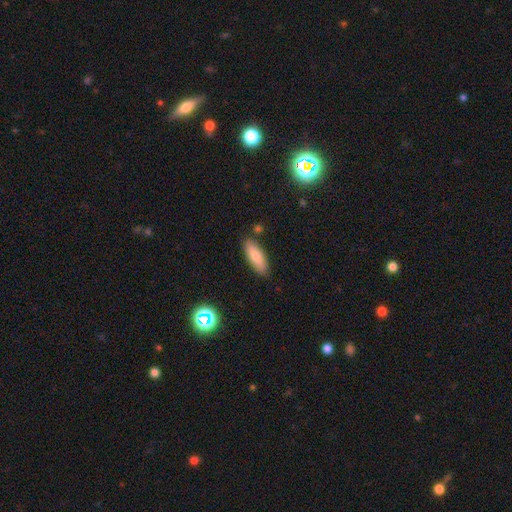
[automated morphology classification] Smooth or featured? smooth (77%)
How rounded? in between (60%)
Merging? none (85%)